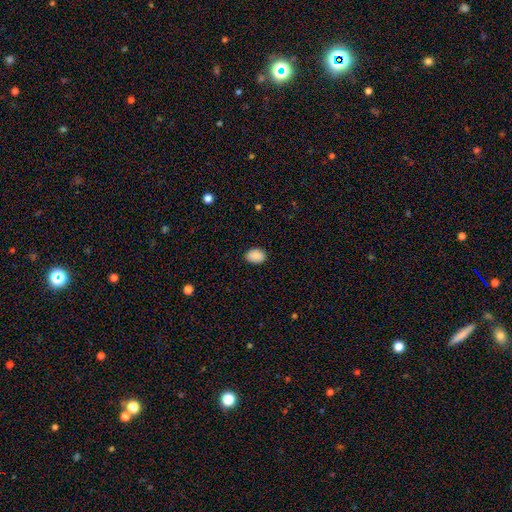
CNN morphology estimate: A smooth galaxy with no disk features (90%) that is in between round and cigar-shaped (77%).

Vote fractions:
- Smooth or featured? smooth: 90% / star or artifact: 7% / featured or disk: 3%
- How rounded? in between: 77% / round: 22% / cigar-shaped: 1%
- Merging? none: 88% / minor disturbance: 9% / major disturbance: 2% / merger: 1%